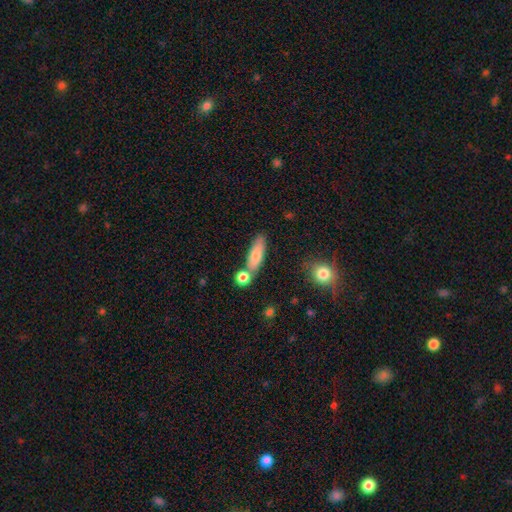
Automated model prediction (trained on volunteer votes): Smooth or featured?
  - smooth: 78% *
  - featured or disk: 15%
  - star or artifact: 7%
How rounded?
  - in between: 49% *
  - cigar-shaped: 47%
  - round: 4%
Merging?
  - none: 65% *
  - merger: 17%
  - minor disturbance: 14%
  - major disturbance: 4%